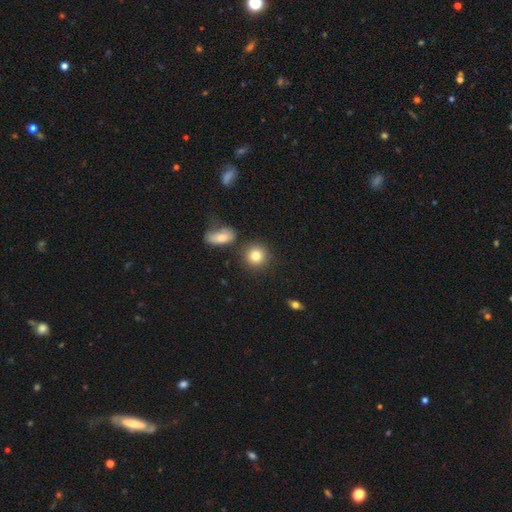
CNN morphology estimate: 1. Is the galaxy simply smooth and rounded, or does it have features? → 82% smooth, 10% star or artifact, 8% featured or disk.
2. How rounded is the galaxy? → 88% round, 11% in between, 1% cigar-shaped.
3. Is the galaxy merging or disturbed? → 80% none, 9% minor disturbance, 8% merger, 3% major disturbance.